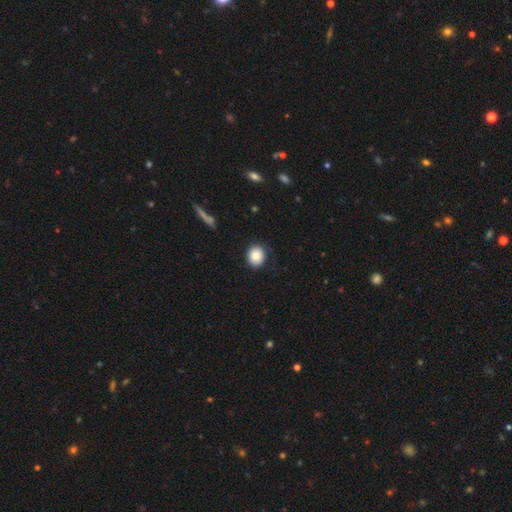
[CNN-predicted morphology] This appears to be a smooth galaxy with no disk features (83%) that is round (77%). Merging: none (87%).